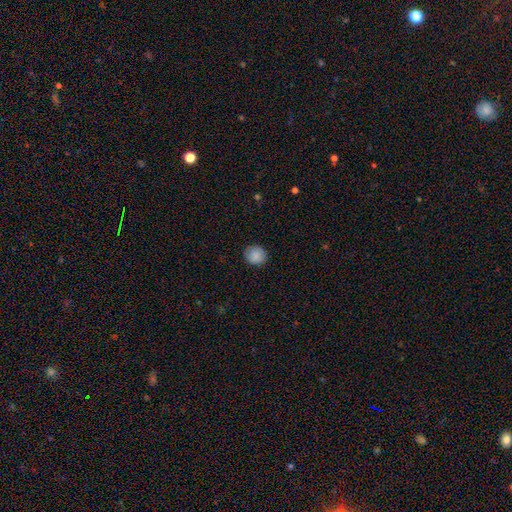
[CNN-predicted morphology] A smooth galaxy with no disk features (88%) that is round (83%).

Vote fractions:
- Smooth or featured? smooth: 88% / star or artifact: 8% / featured or disk: 4%
- How rounded? round: 83% / in between: 16% / cigar-shaped: 1%
- Merging? none: 88% / minor disturbance: 9% / major disturbance: 2% / merger: 1%